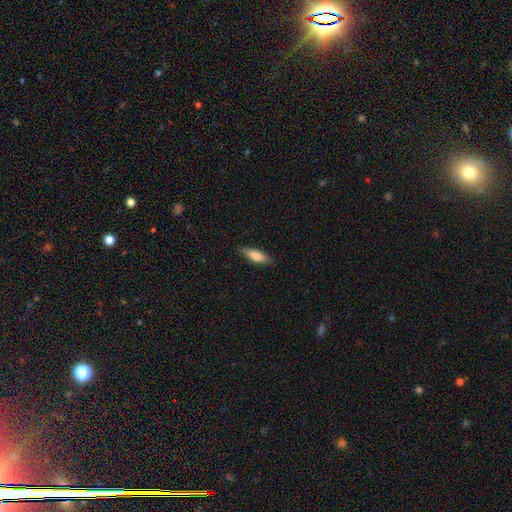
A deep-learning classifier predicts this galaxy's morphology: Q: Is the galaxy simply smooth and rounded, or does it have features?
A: smooth — 77%.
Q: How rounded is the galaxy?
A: cigar-shaped — 52%.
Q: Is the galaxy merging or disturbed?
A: none — 85%.